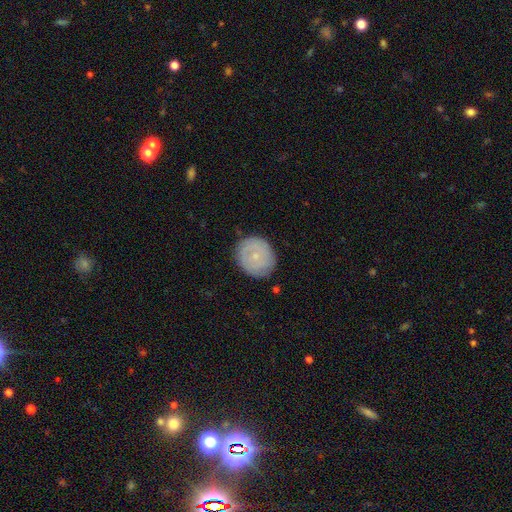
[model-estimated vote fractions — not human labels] Smooth or featured? smooth (47%)
Merging? none (83%)